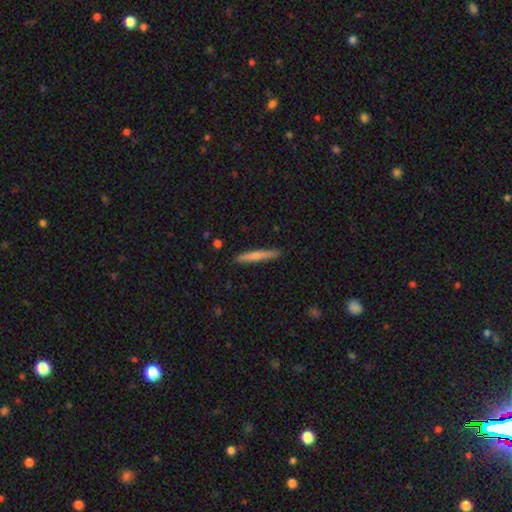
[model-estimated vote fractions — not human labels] This appears to be a smooth galaxy with no disk features (67%) that is cigar-shaped (95%). Merging: none (89%).